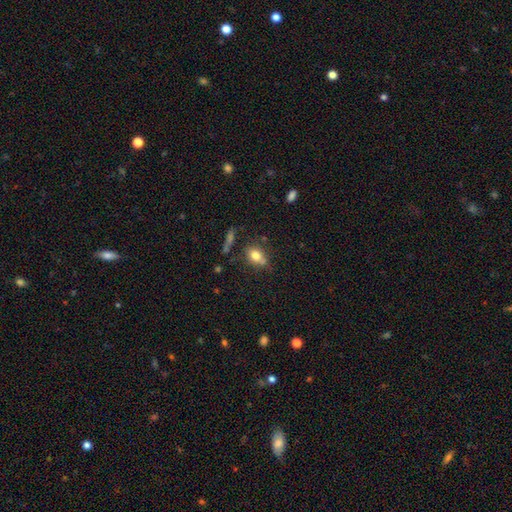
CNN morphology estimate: Smooth or featured? smooth (75%)
How rounded? in between (65%)
Merging? none (63%)